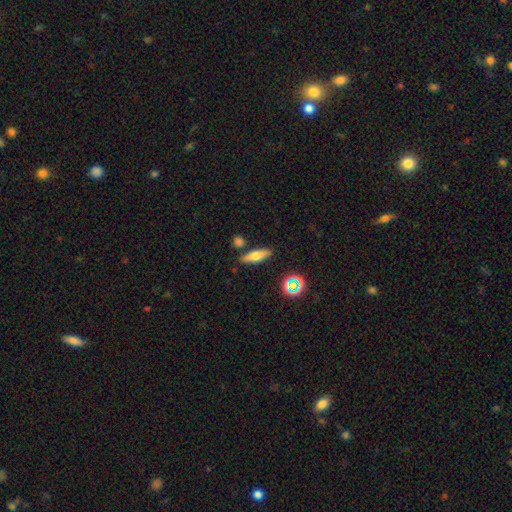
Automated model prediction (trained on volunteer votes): A smooth galaxy with no disk features (60%) that is cigar-shaped (57%).

Vote fractions:
- Smooth or featured? smooth: 60% / featured or disk: 30% / star or artifact: 10%
- How rounded? cigar-shaped: 57% / in between: 38% / round: 5%
- Merging? none: 81% / minor disturbance: 10% / merger: 6% / major disturbance: 3%